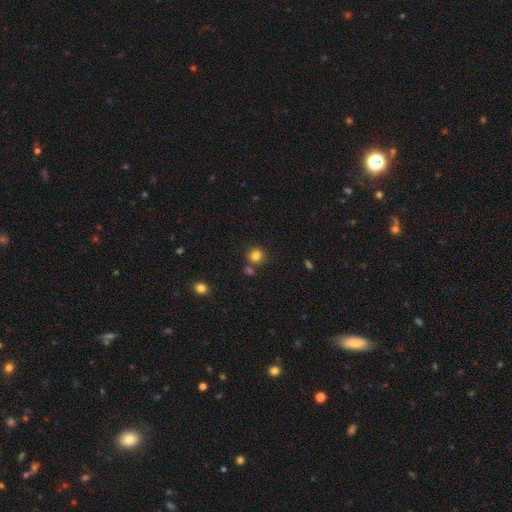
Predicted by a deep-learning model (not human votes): The model was most divided on "smooth or featured": smooth: 83%, star or artifact: 12%, featured or disk: 5%. More confident: how rounded — round (90%); merging — none (80%).